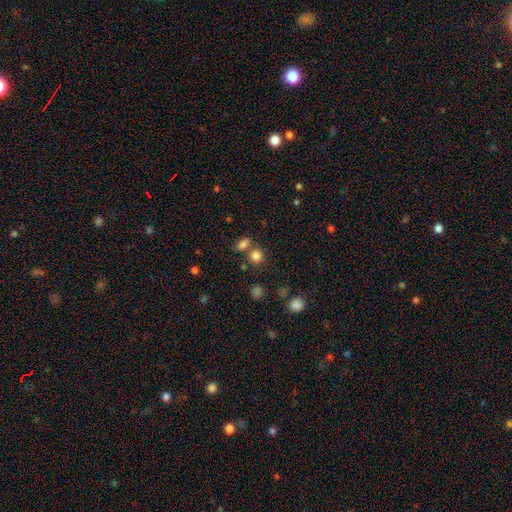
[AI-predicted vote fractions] A smooth galaxy with no disk features (81%) that is round (75%). Merging: none (63%).